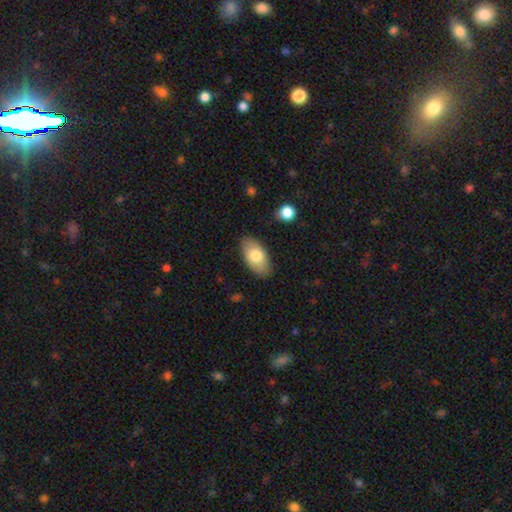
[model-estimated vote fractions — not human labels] Morphology: type=smooth (74%); roundness=in between (94%); merging=none (85%).